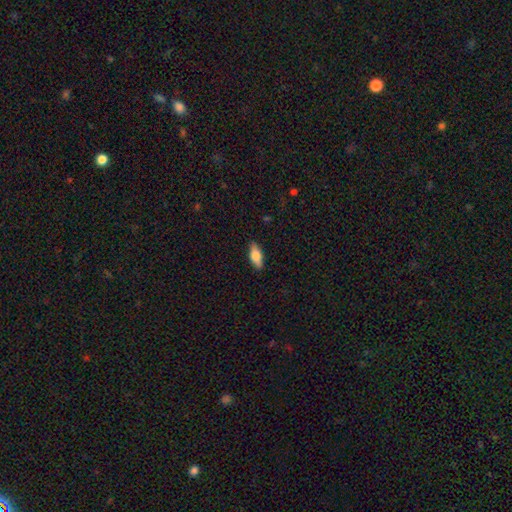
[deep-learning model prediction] Morphology: type=smooth (70%); roundness=in between (75%); merging=none (88%).